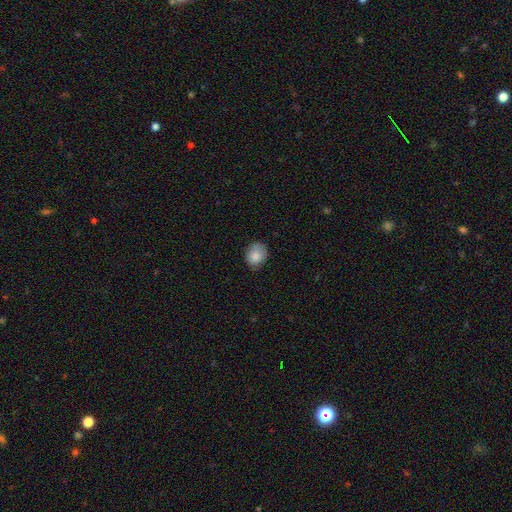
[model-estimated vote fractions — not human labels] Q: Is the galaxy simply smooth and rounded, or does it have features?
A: smooth — 84%.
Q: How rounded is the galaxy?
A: round — 54%.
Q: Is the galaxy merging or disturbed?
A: none — 72%.